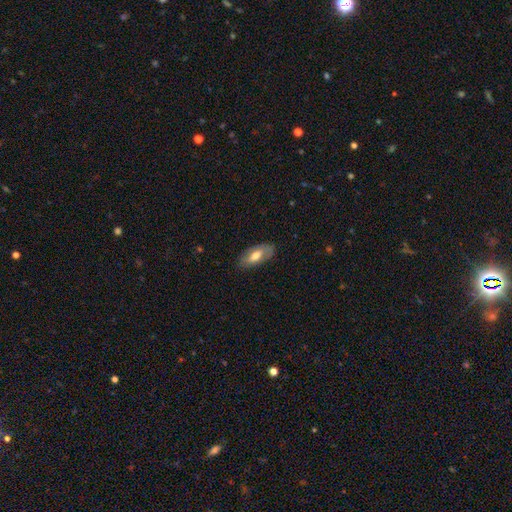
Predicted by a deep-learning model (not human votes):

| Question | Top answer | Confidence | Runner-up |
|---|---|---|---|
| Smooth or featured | smooth | 63% | featured or disk (31%) |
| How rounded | in between | 86% | cigar-shaped (11%) |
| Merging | none | 81% | minor disturbance (15%) |